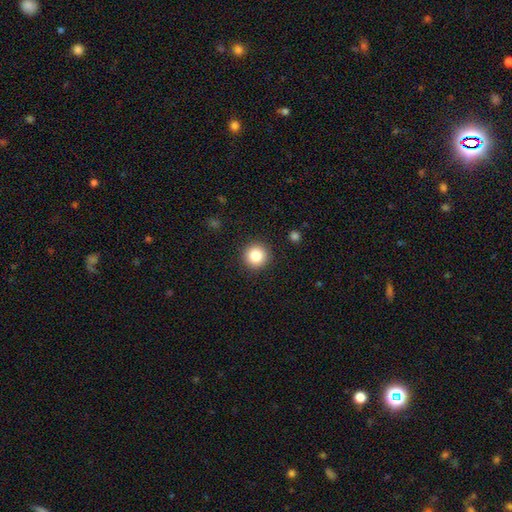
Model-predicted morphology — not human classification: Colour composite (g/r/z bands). It shows a smooth galaxy with no disk features (84%) that is round (96%). Merging: none (92%).